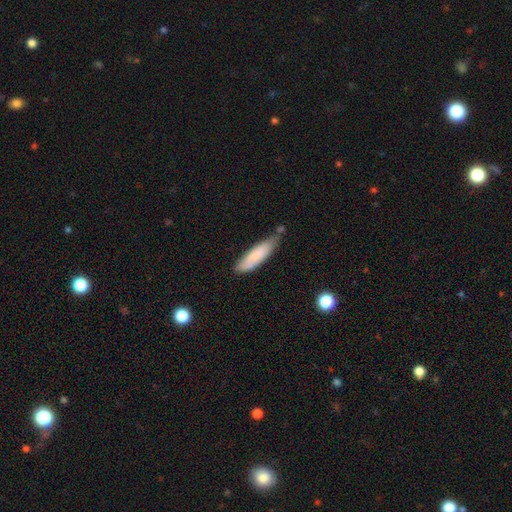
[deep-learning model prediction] Smooth or featured: smooth — 78% (featured or disk — 16%)
How rounded: cigar-shaped — 69% (in between — 30%)
Merging: none — 58% (minor disturbance — 29%)